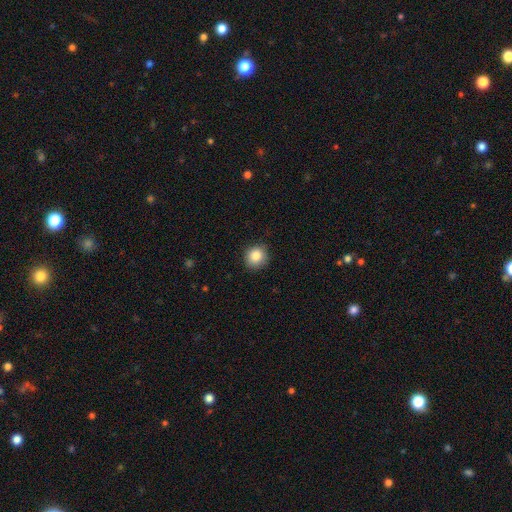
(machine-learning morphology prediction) Overall: smooth (86%). How rounded: round (89%). Merging: none (86%).